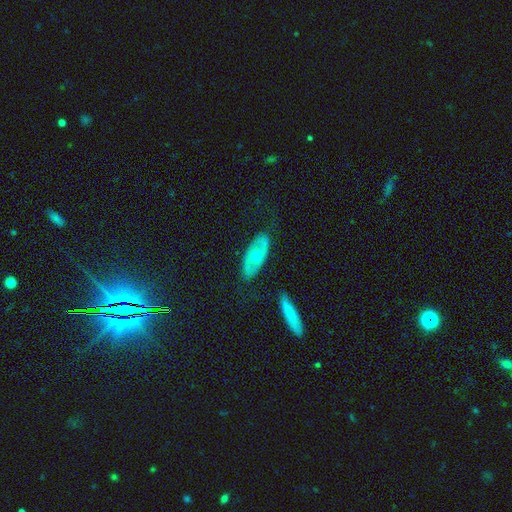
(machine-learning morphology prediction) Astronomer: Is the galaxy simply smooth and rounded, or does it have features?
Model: featured or disk — 58% (runner-up: smooth, 35%).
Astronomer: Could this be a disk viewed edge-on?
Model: no — 81%.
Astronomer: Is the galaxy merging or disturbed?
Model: none — 81%.